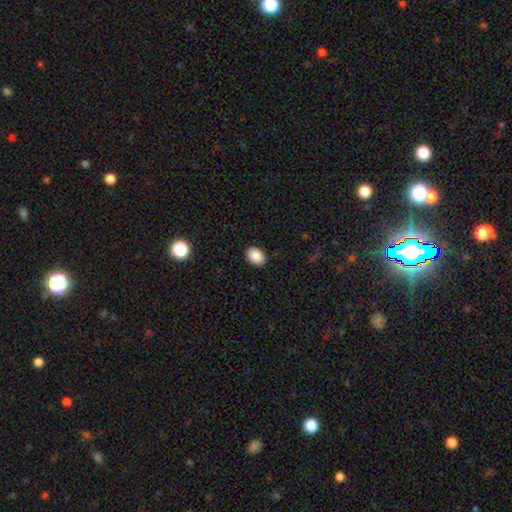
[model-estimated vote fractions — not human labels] Morphology: type=smooth (89%); roundness=in between (81%); merging=none (90%).